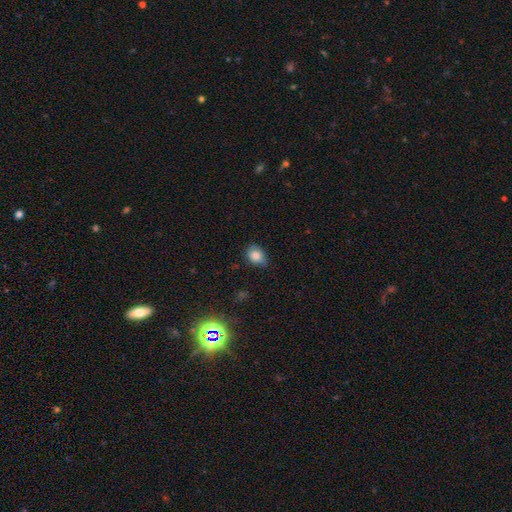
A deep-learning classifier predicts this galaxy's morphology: Smooth or featured: smooth — 82% (star or artifact — 10%)
How rounded: in between — 68% (round — 31%)
Merging: none — 69% (minor disturbance — 26%)